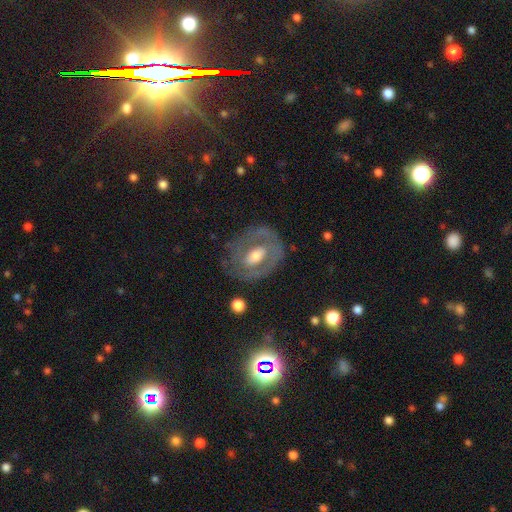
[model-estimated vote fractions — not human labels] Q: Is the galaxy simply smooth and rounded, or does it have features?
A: featured or disk — 64%.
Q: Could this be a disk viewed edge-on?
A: no — 94%.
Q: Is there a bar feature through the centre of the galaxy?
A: no — 49%.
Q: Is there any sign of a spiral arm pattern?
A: no — 64%.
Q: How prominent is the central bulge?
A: moderate — 62%.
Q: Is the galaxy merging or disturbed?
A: none — 65%.